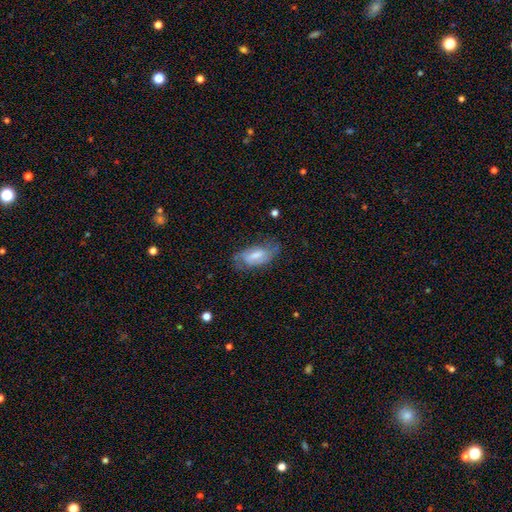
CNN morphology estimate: A featured or disk galaxy (48%). Merging: none (57%).